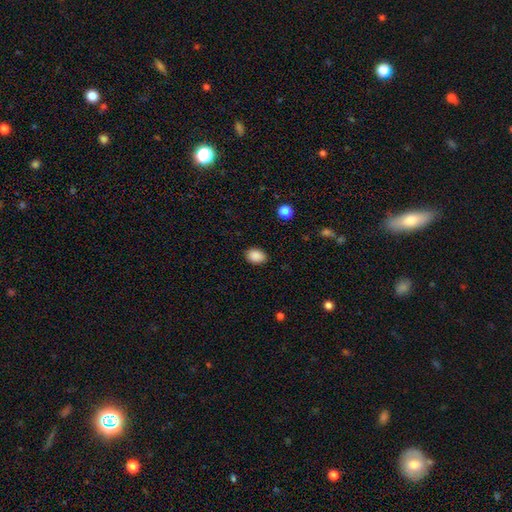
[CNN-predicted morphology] smooth 89%, star or artifact 8%, featured or disk 3%. Down the decision tree: how rounded — in between (75%); merging — none (87%).